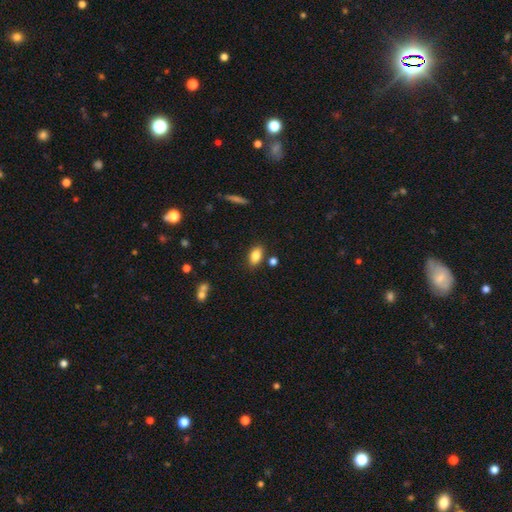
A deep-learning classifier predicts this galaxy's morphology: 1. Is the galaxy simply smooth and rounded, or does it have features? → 83% smooth, 9% star or artifact, 8% featured or disk.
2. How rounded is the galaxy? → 88% in between, 9% round, 3% cigar-shaped.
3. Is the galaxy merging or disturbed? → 82% none, 11% minor disturbance, 5% merger, 3% major disturbance.